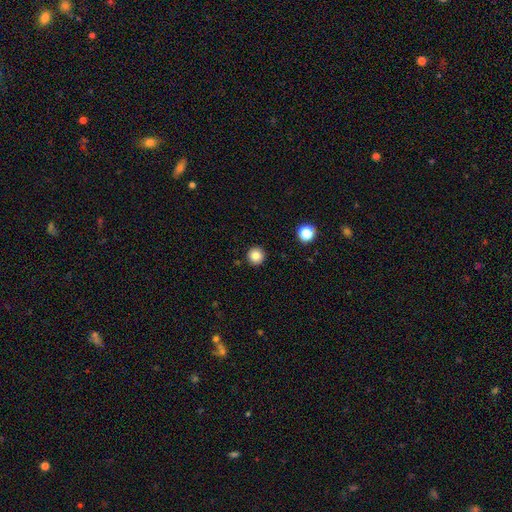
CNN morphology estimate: Smooth or featured?
  - smooth: 84% *
  - star or artifact: 11%
  - featured or disk: 6%
How rounded?
  - round: 96% *
  - in between: 3%
  - cigar-shaped: 1%
Merging?
  - none: 92% *
  - minor disturbance: 5%
  - major disturbance: 2%
  - merger: 1%